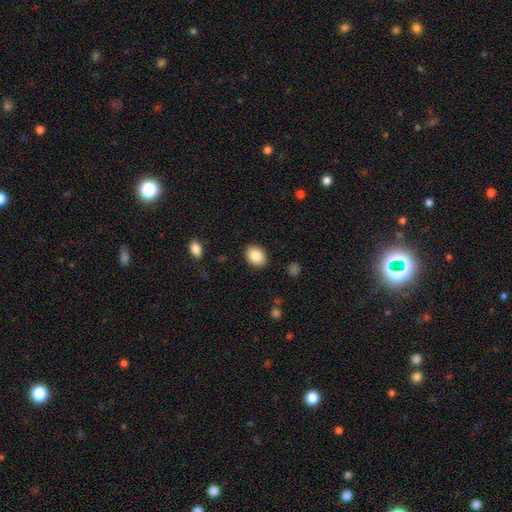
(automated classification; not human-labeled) This appears to be a smooth galaxy with no disk features (87%) that is in between round and cigar-shaped (71%). Merging: none (88%).